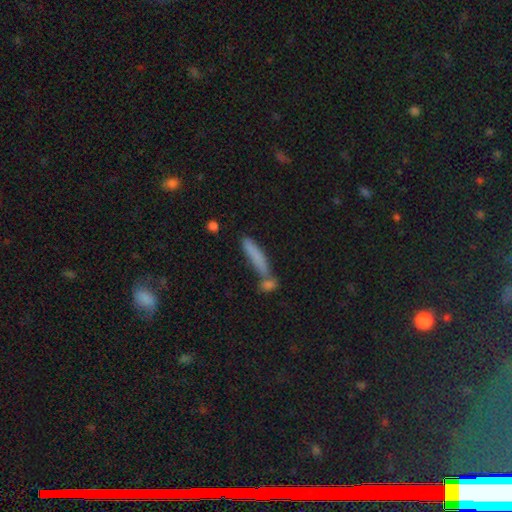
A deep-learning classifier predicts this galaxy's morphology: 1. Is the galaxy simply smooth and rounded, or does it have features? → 74% smooth, 17% featured or disk, 9% star or artifact.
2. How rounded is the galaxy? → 88% cigar-shaped, 10% in between, 2% round.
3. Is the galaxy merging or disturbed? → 54% none, 28% merger, 12% minor disturbance, 5% major disturbance.